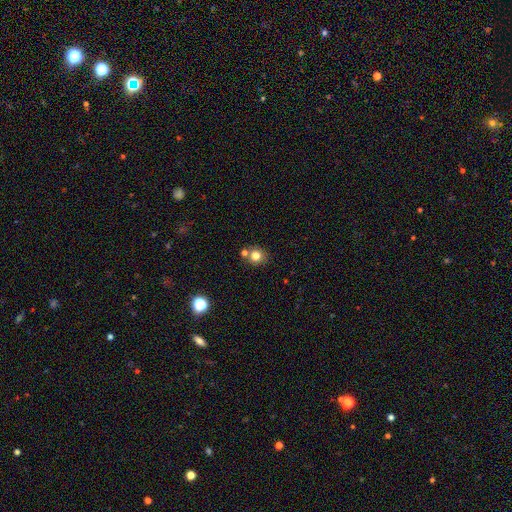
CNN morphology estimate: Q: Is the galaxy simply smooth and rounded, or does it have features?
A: smooth — 79%.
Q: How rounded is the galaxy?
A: round — 87%.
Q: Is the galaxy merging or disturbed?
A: none — 70%.